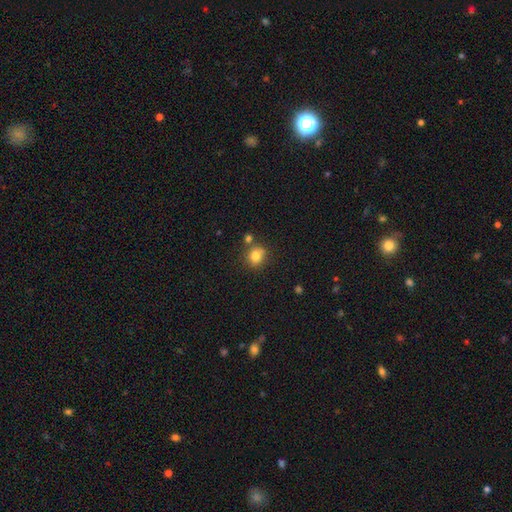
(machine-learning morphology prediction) smooth_or_featured: smooth (p=0.81) [alt: star or artifact p=0.11]
how_rounded: round (p=0.70) [alt: in between p=0.29]
merging: none (p=0.69) [alt: merger p=0.14]